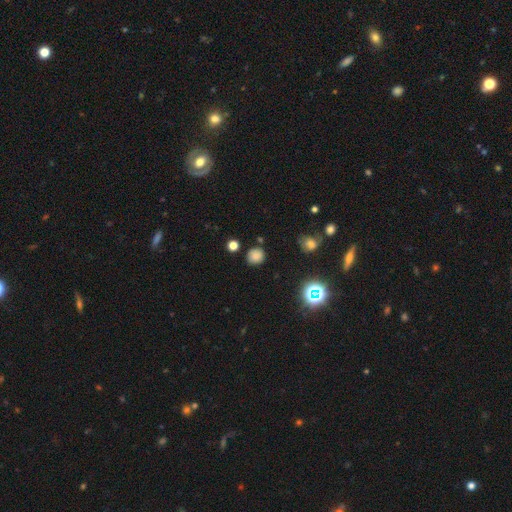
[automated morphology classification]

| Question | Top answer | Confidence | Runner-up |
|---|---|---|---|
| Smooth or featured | smooth | 77% | star or artifact (17%) |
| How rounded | round | 88% | in between (11%) |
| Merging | none | 82% | minor disturbance (11%) |